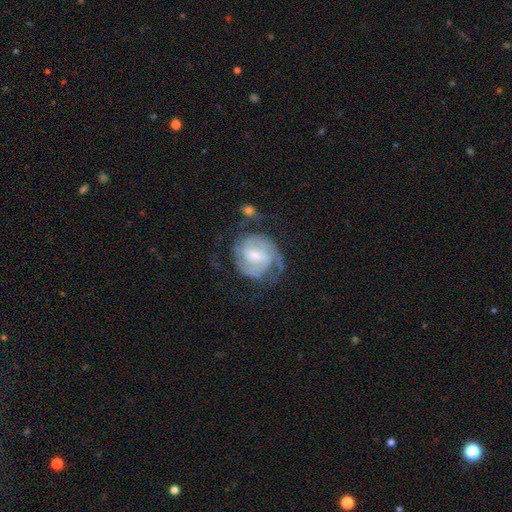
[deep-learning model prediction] smooth_or_featured: featured or disk (p=0.82) [alt: smooth p=0.13]
disk_edge_on: no (p=0.98) [alt: yes p=0.02]
bar: weak (p=0.56) [alt: no p=0.28]
has_spiral_arms: yes (p=0.95) [alt: no p=0.05]
spiral_winding: tight (p=0.50) [alt: medium p=0.39]
spiral_arm_count: 2 (p=0.56) [alt: can't tell p=0.18]
bulge_size: moderate (p=0.46) [alt: small p=0.40]
merging: none (p=0.60) [alt: minor disturbance p=0.20]